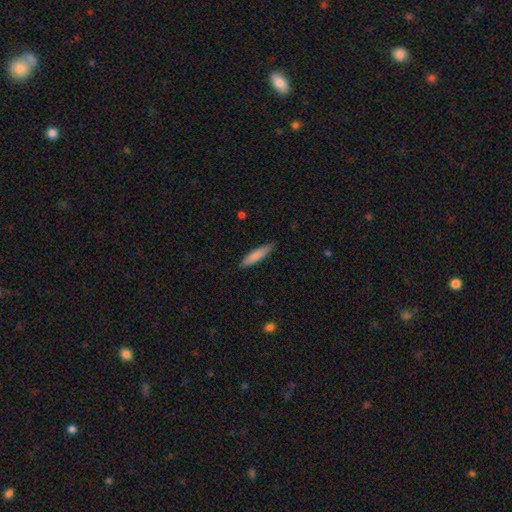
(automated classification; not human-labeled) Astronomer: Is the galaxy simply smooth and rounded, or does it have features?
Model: smooth — 79%.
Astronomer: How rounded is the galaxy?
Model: cigar-shaped — 83%.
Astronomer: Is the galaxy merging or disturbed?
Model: none — 85%.